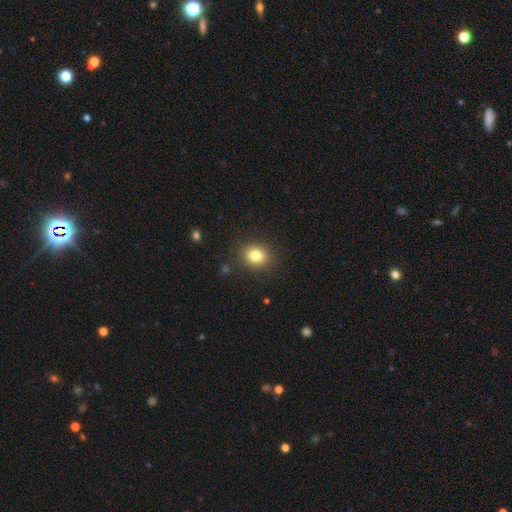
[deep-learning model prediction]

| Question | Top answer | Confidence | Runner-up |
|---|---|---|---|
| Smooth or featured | smooth | 81% | star or artifact (12%) |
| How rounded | round | 75% | in between (24%) |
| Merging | none | 88% | minor disturbance (8%) |